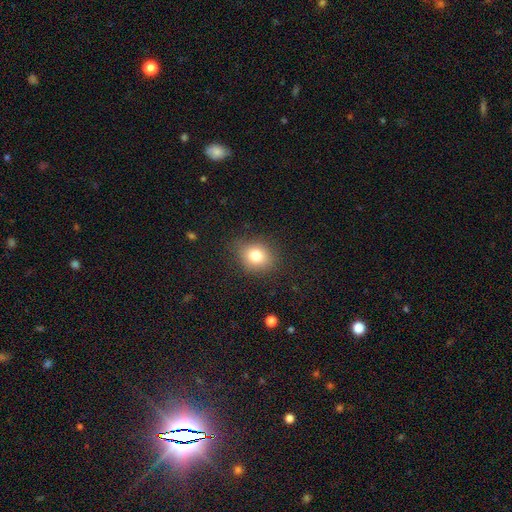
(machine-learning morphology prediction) A smooth galaxy with no disk features (78%) that is round (67%). Merging: none (81%).